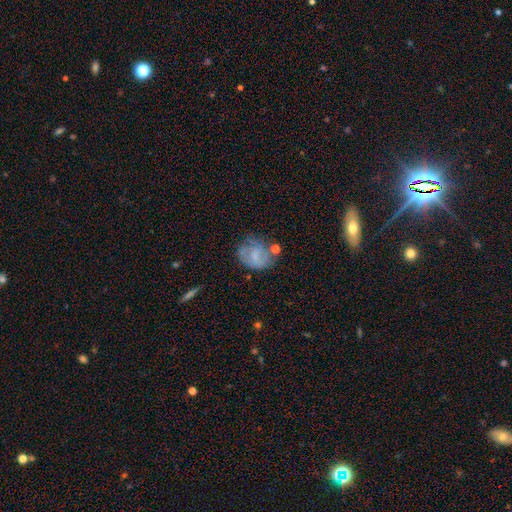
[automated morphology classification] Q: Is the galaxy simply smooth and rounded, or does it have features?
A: smooth — 46%.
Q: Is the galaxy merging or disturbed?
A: none — 47%.